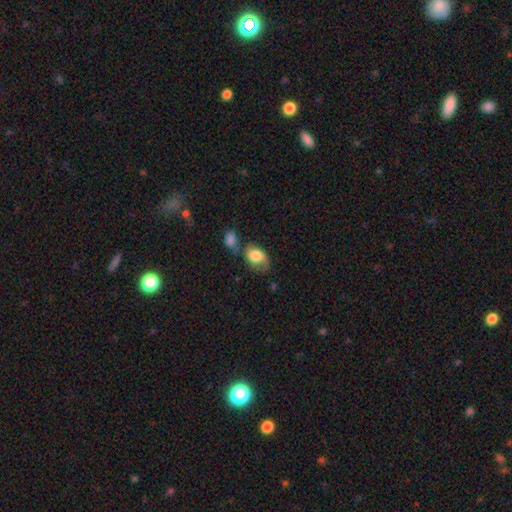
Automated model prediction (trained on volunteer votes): Smooth or featured?
  - smooth: 72% *
  - featured or disk: 21%
  - star or artifact: 8%
How rounded?
  - in between: 78% *
  - round: 20%
  - cigar-shaped: 2%
Merging?
  - none: 38% *
  - minor disturbance: 25%
  - merger: 24%
  - major disturbance: 14%